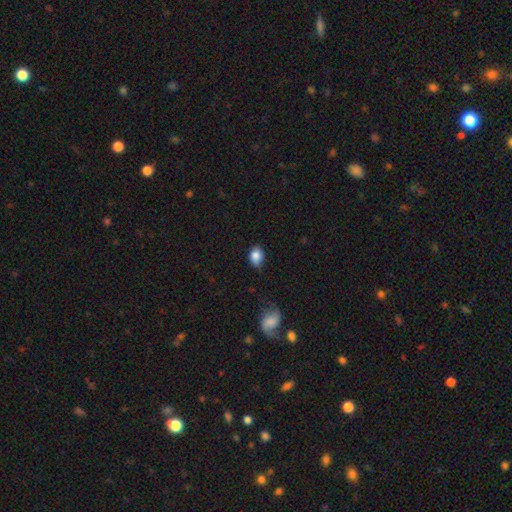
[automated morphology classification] smooth 85%, star or artifact 9%, featured or disk 6%. Down the decision tree: how rounded — in between (69%); merging — none (72%).